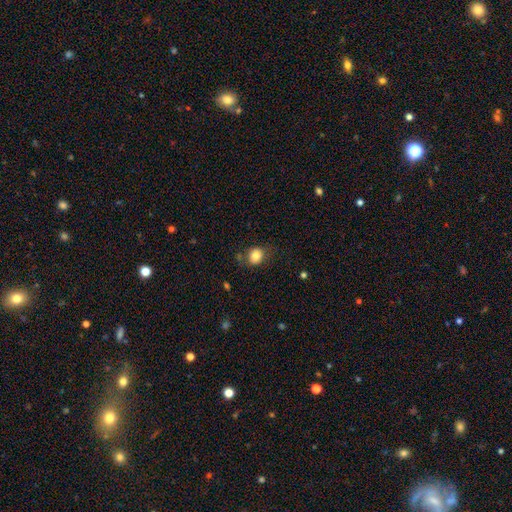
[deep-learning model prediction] smooth_or_featured: smooth (p=0.81) [alt: star or artifact p=0.10]
how_rounded: round (p=0.62) [alt: in between p=0.37]
merging: none (p=0.72) [alt: minor disturbance p=0.19]